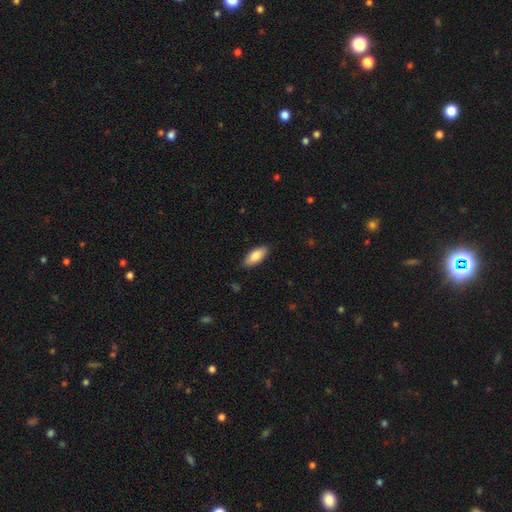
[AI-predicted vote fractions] This appears to be a smooth galaxy with no disk features (84%) that is in between round and cigar-shaped (85%). Merging: none (88%).